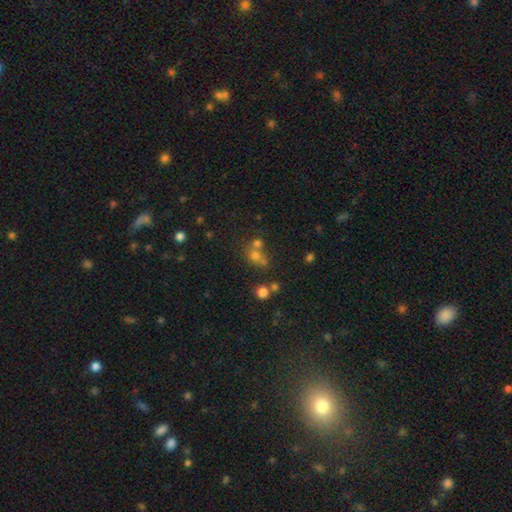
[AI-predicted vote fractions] smooth_or_featured: smooth (p=0.58) [alt: star or artifact p=0.26]
how_rounded: round (p=0.77) [alt: in between p=0.22]
merging: none (p=0.44) [alt: merger p=0.42]